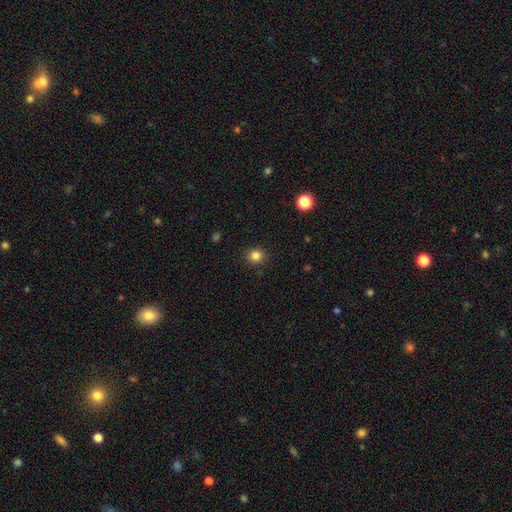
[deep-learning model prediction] A smooth galaxy with no disk features (83%) that is round (89%). Merging: none (91%).